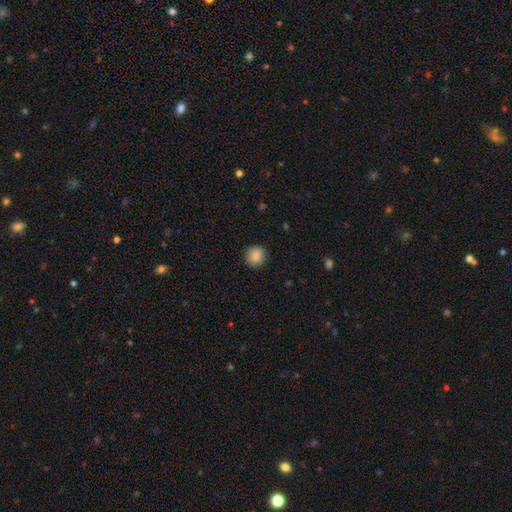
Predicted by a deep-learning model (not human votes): Smooth or featured: smooth — 87% (star or artifact — 9%)
How rounded: round — 91% (in between — 8%)
Merging: none — 89% (minor disturbance — 8%)